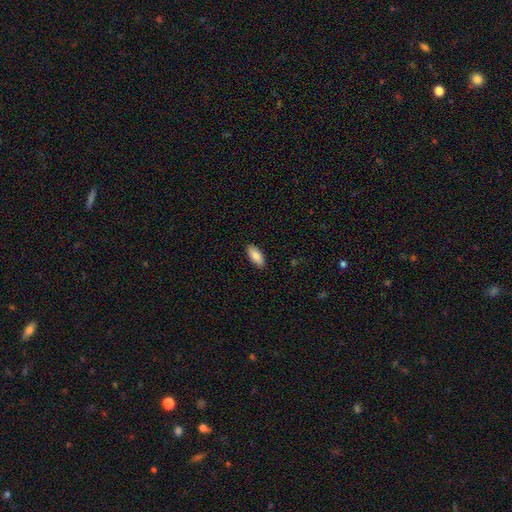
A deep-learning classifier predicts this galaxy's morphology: smooth 88%, star or artifact 6%, featured or disk 6%. Down the decision tree: how rounded — in between (88%); merging — none (89%).